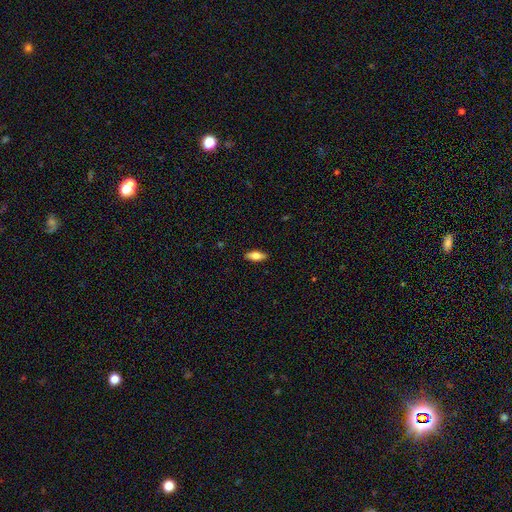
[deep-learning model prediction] smooth-or-featured: smooth: 72% | featured or disk: 21% | star or artifact: 6%
  how-rounded: in between: 76% | cigar-shaped: 21% | round: 3%
  merging: none: 88% | minor disturbance: 9% | major disturbance: 2% | merger: 1%